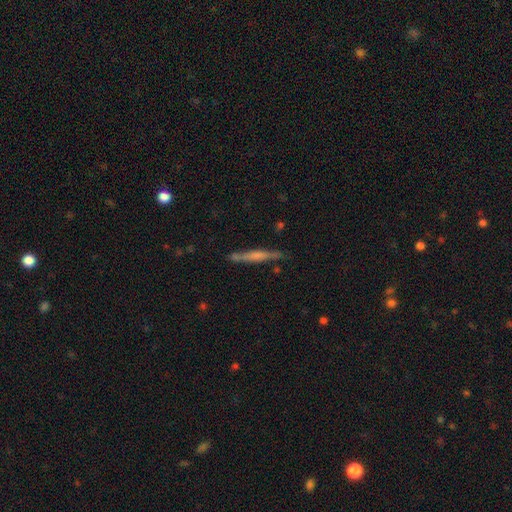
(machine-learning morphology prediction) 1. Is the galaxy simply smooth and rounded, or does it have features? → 58% featured or disk, 35% smooth, 7% star or artifact.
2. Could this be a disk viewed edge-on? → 95% yes, 5% no.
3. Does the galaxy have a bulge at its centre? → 42% none, 36% rounded, 22% boxy.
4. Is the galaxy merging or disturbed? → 81% none, 13% minor disturbance, 3% merger, 3% major disturbance.